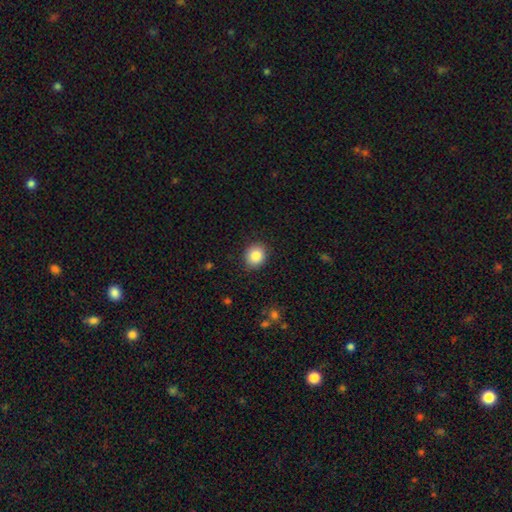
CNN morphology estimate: A smooth galaxy with no disk features (86%) that is round (75%). Merging: none (89%).